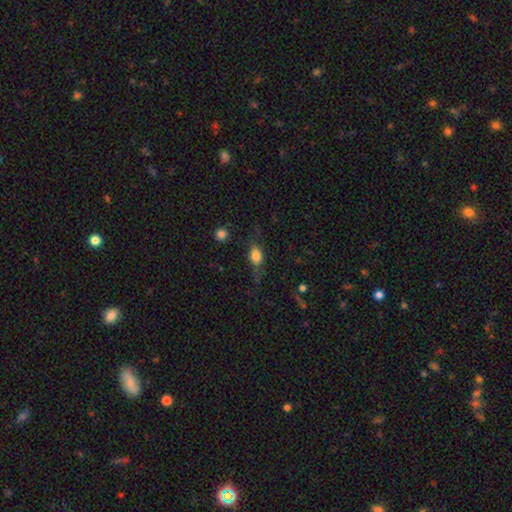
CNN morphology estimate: This is likely a smooth galaxy (65%). How rounded: likely in between (65%). Merging: likely none (60%).